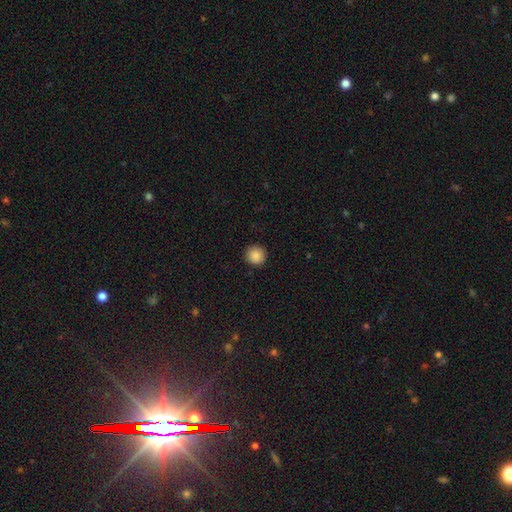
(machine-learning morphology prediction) Smooth or featured? smooth (88%)
How rounded? round (94%)
Merging? none (92%)